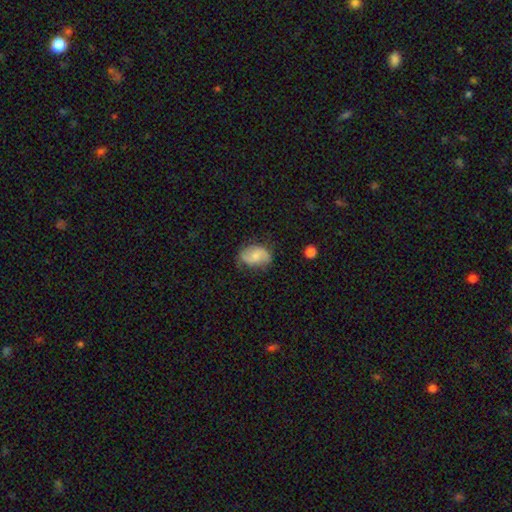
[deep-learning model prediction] A featured or disk galaxy (47%). Merging: none (68%).